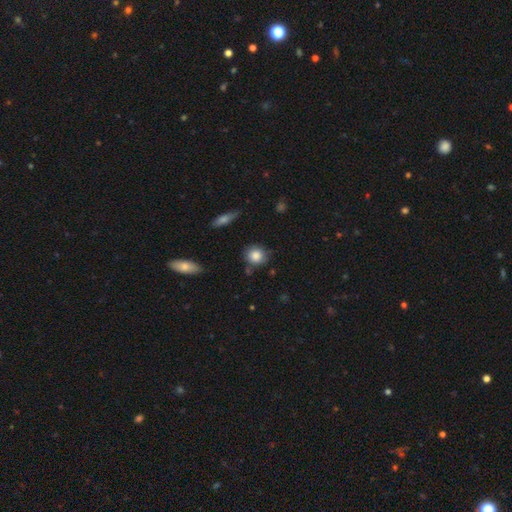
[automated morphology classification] A smooth galaxy with no disk features (84%) that is round (82%).

Vote fractions:
- Smooth or featured? smooth: 84% / star or artifact: 9% / featured or disk: 8%
- How rounded? round: 82% / in between: 17% / cigar-shaped: 2%
- Merging? none: 75% / minor disturbance: 17% / merger: 4% / major disturbance: 4%